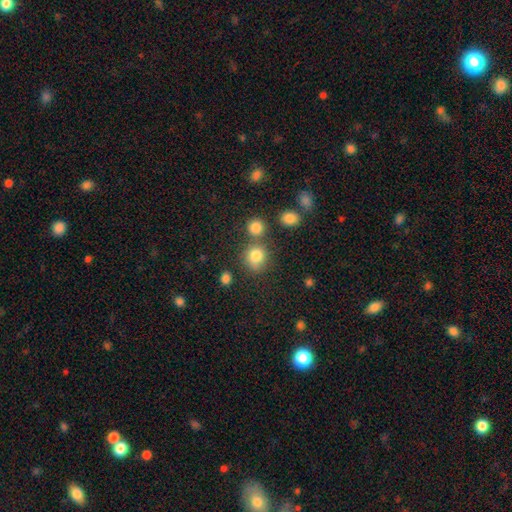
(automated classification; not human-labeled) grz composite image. It shows a smooth galaxy with no disk features (81%) that is round (83%). Merging: none (64%).